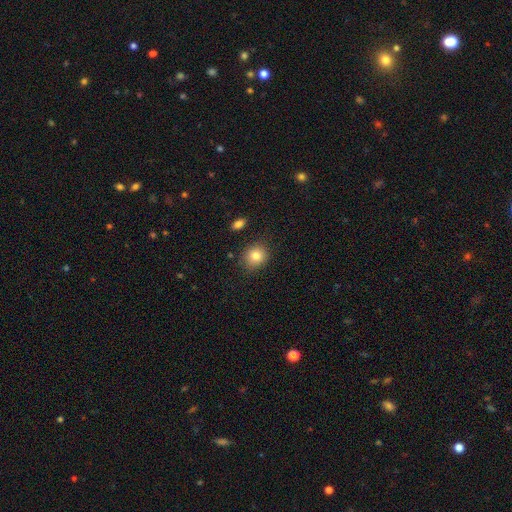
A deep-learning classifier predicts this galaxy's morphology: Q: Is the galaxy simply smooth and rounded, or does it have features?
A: smooth — 82%.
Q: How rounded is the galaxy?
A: round — 71%.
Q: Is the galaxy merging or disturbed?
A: none — 82%.